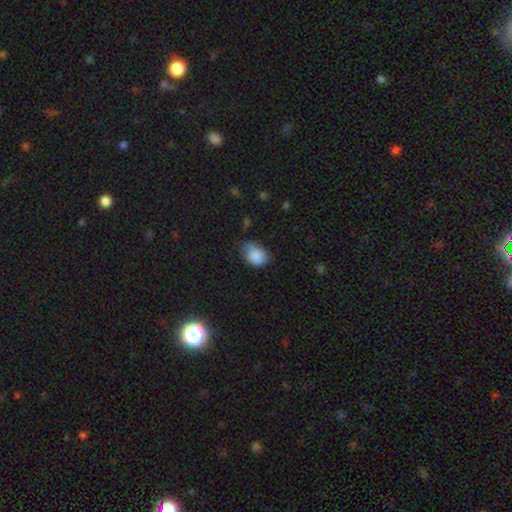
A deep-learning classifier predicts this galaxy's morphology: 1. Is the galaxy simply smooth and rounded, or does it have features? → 84% smooth, 8% star or artifact, 7% featured or disk.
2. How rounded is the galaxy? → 66% in between, 33% round, 1% cigar-shaped.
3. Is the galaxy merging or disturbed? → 49% none, 39% minor disturbance, 10% major disturbance, 2% merger.